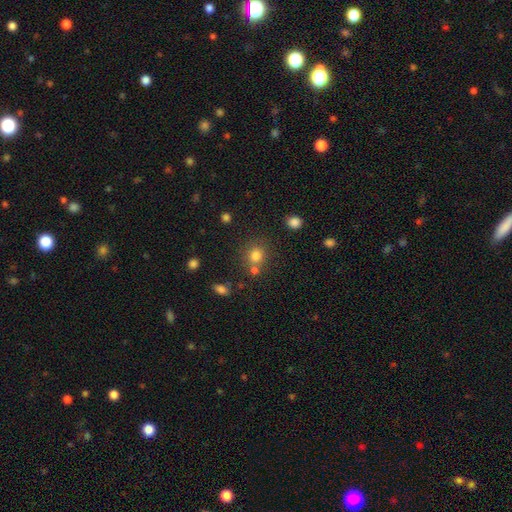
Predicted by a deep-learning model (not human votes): Smooth or featured: smooth — 79% (star or artifact — 14%)
How rounded: round — 86% (in between — 14%)
Merging: none — 65% (merger — 22%)